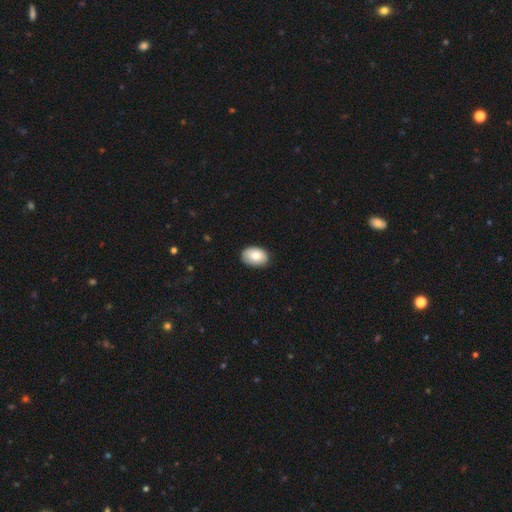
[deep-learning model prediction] smooth-or-featured: smooth: 81% | featured or disk: 12% | star or artifact: 7%
  how-rounded: in between: 83% | round: 16% | cigar-shaped: 1%
  merging: none: 85% | minor disturbance: 12% | major disturbance: 2% | merger: 1%